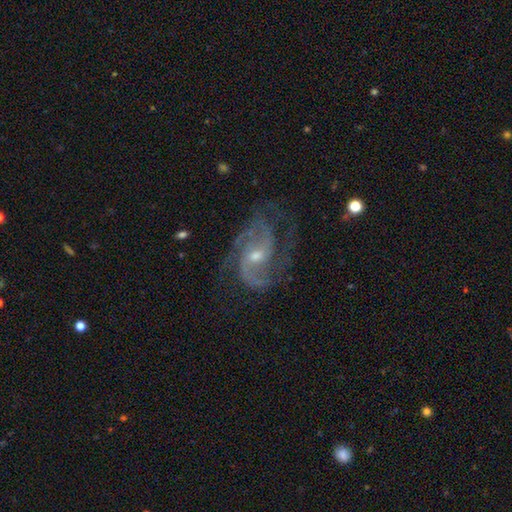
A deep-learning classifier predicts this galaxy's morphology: The model was most divided on "bar": no: 48%, weak: 41%, strong: 11%. More confident: edge-on disk — no (97%); spiral arms — yes (97%); smooth or featured — featured or disk (89%); merging — none (66%); spiral arm count — 2 (62%); bulge size — small (54%); spiral winding — medium (54%).